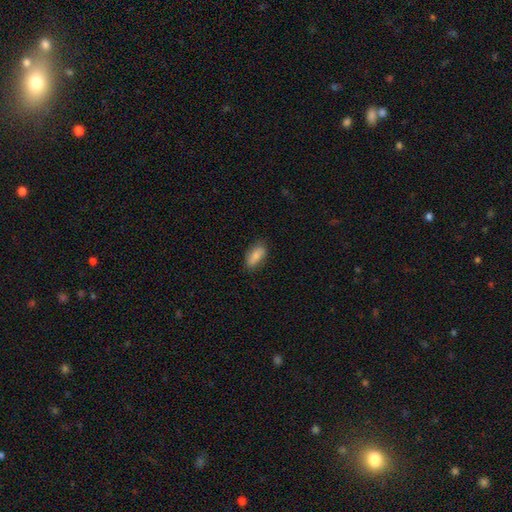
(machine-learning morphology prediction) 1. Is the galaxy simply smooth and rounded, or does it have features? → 82% smooth, 12% featured or disk, 7% star or artifact.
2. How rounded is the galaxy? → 83% in between, 14% cigar-shaped, 3% round.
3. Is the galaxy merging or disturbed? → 81% none, 15% minor disturbance, 3% major disturbance, 1% merger.